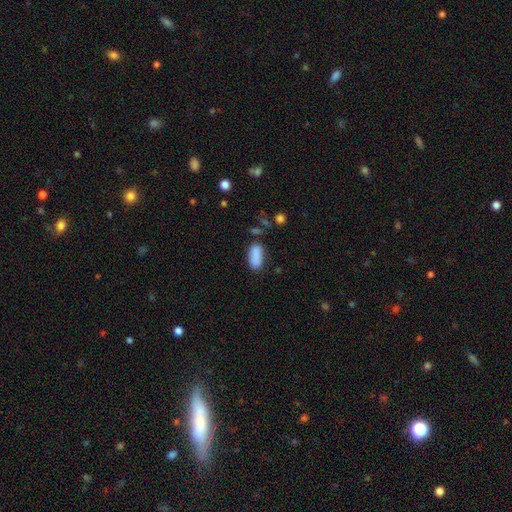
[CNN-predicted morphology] Smooth or featured?
  - smooth: 86% *
  - star or artifact: 8%
  - featured or disk: 6%
How rounded?
  - in between: 86% *
  - cigar-shaped: 11%
  - round: 3%
Merging?
  - none: 69% *
  - minor disturbance: 18%
  - merger: 8%
  - major disturbance: 5%